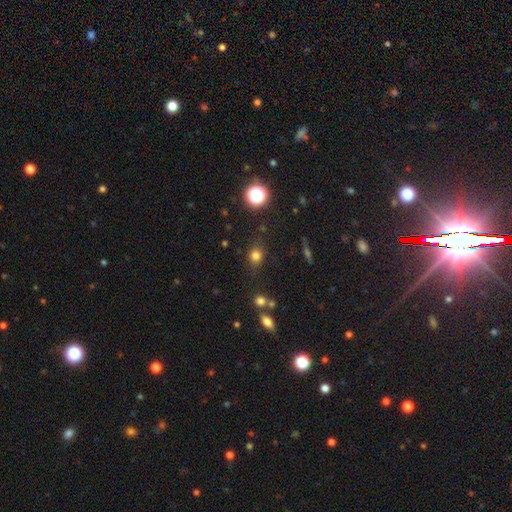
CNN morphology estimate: The model was most divided on "how rounded": round: 71%, in between: 28%, cigar-shaped: 1%. More confident: merging — none (80%); smooth or featured — smooth (77%).